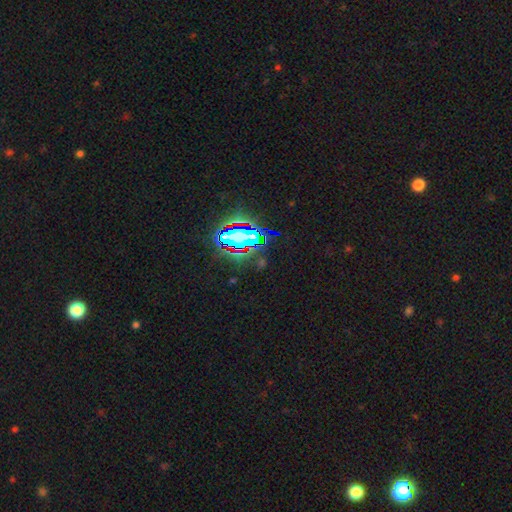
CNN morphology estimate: Smooth or featured? Predicted: star or artifact (p=0.78).